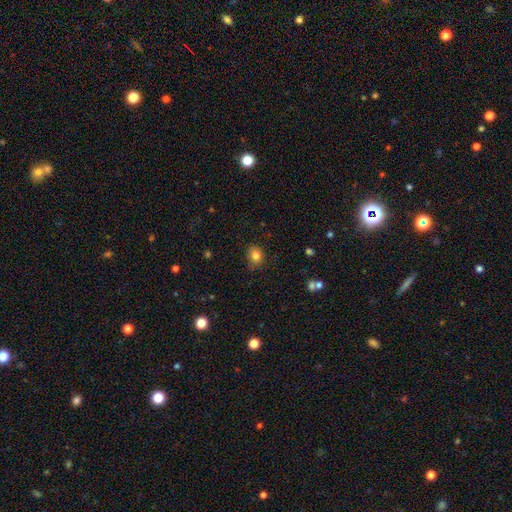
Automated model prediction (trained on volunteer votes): Smooth or featured?
  - smooth: 82% *
  - star or artifact: 12%
  - featured or disk: 6%
How rounded?
  - round: 63% *
  - in between: 36%
  - cigar-shaped: 1%
Merging?
  - none: 77% *
  - minor disturbance: 18%
  - major disturbance: 4%
  - merger: 1%